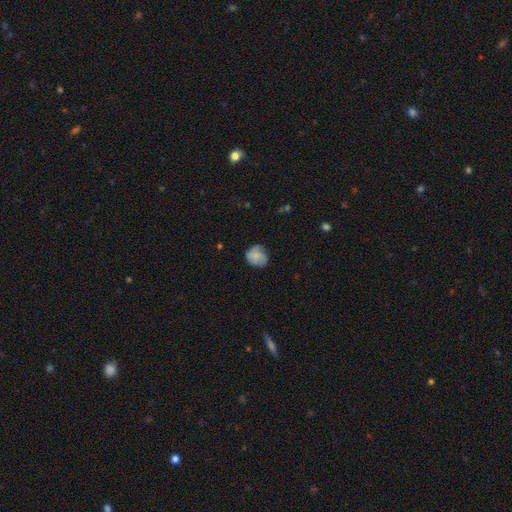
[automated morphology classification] A smooth galaxy with no disk features (71%) that is round (75%).

Vote fractions:
- Smooth or featured? smooth: 71% / featured or disk: 21% / star or artifact: 8%
- How rounded? round: 75% / in between: 24% / cigar-shaped: 1%
- Merging? none: 65% / minor disturbance: 26% / major disturbance: 7% / merger: 1%